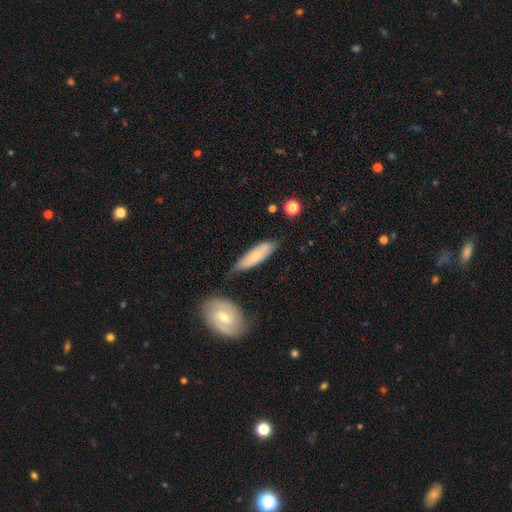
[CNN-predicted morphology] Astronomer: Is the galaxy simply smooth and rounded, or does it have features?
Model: smooth — 63%.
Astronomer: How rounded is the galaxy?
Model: cigar-shaped — 57% (runner-up: in between, 41%).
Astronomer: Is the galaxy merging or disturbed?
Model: none — 61%.